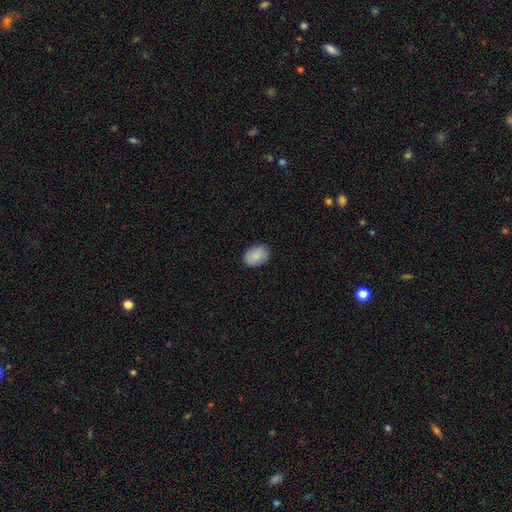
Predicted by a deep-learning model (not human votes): smooth 89%, star or artifact 6%, featured or disk 5%. Down the decision tree: how rounded — in between (83%); merging — none (87%).